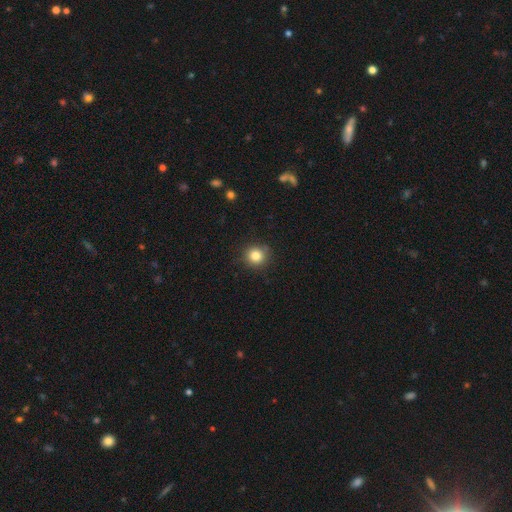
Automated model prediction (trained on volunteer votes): Morphology: type=smooth (83%); roundness=round (92%); merging=none (88%).